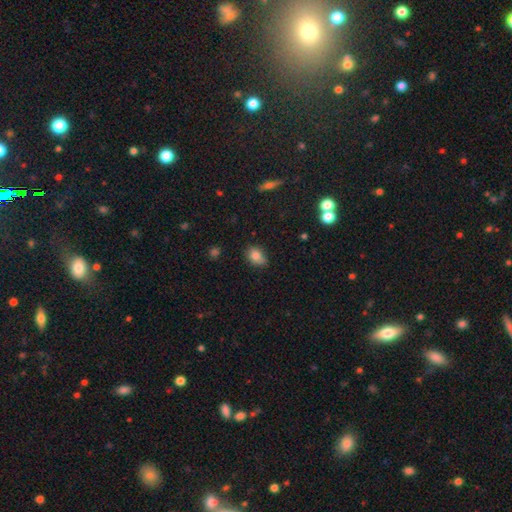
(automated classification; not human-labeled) This is clearly a smooth galaxy (83%). How rounded: likely in between (70%). Merging: likely none (62%).